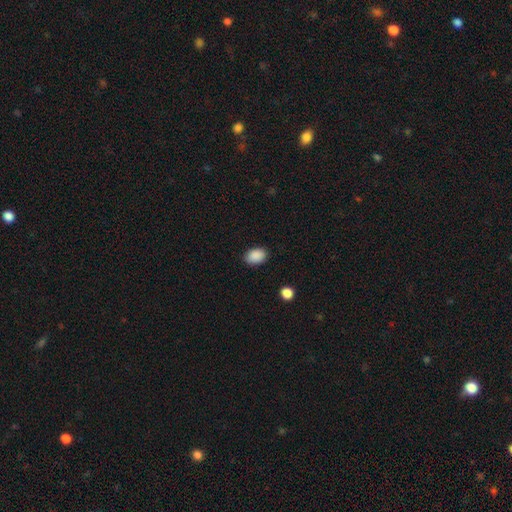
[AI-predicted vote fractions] This appears to be a smooth galaxy with no disk features (90%) that is in between round and cigar-shaped (81%). Merging: none (88%).